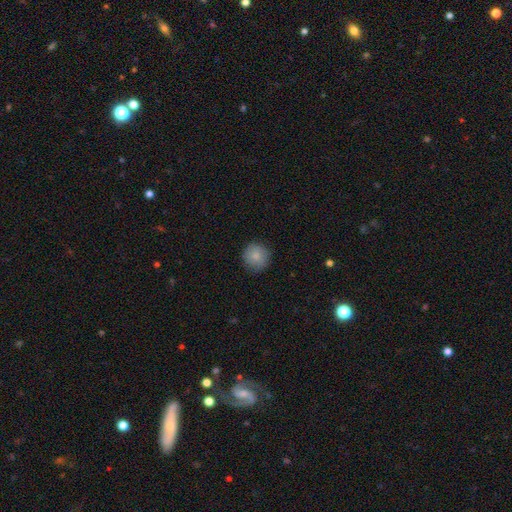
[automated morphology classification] This appears to be a smooth galaxy with no disk features (85%) that is round (94%). Merging: none (87%).